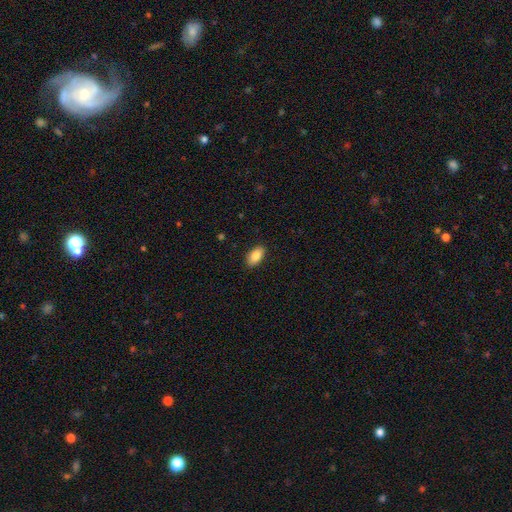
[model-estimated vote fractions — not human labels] The model was most divided on "smooth or featured": smooth: 86%, featured or disk: 7%, star or artifact: 7%. More confident: how rounded — in between (93%); merging — none (88%).